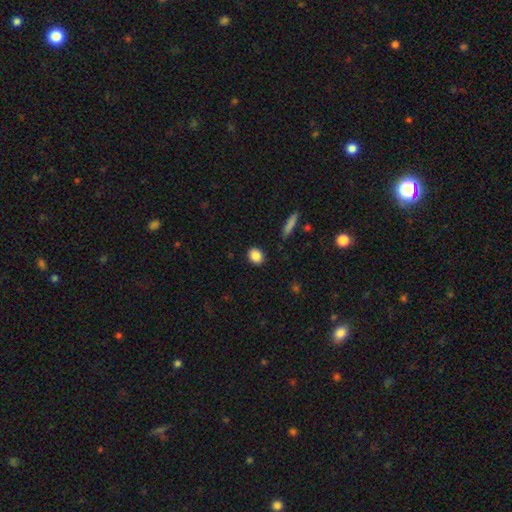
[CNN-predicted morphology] type=smooth (87%); roundness=round (56%); merging=none (90%).